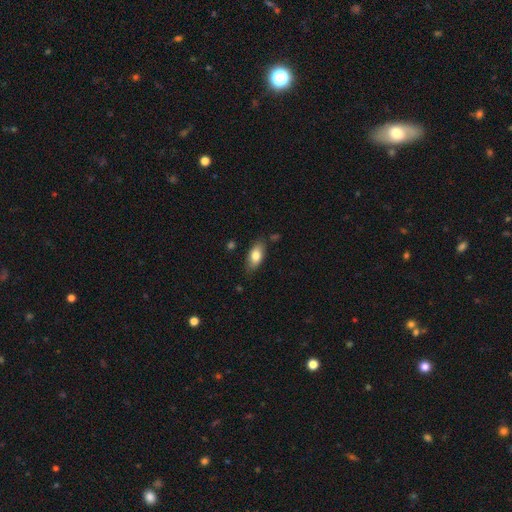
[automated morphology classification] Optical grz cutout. It shows a smooth galaxy with no disk features (78%) that is in between round and cigar-shaped (87%). Merging: none (80%).